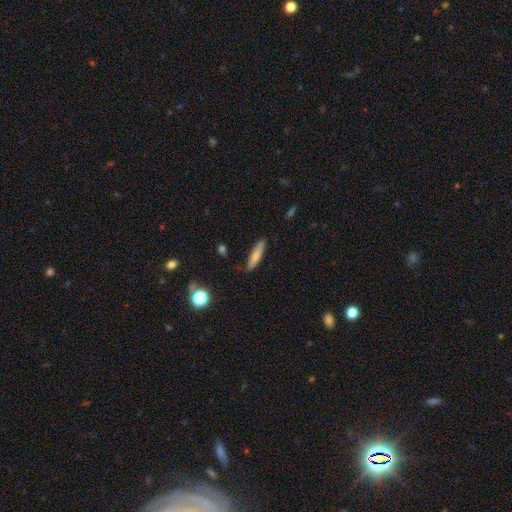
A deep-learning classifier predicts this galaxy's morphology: smooth-or-featured: smooth: 73% | featured or disk: 20% | star or artifact: 8%
  how-rounded: cigar-shaped: 85% | in between: 13% | round: 2%
  merging: none: 83% | minor disturbance: 13% | major disturbance: 2% | merger: 2%